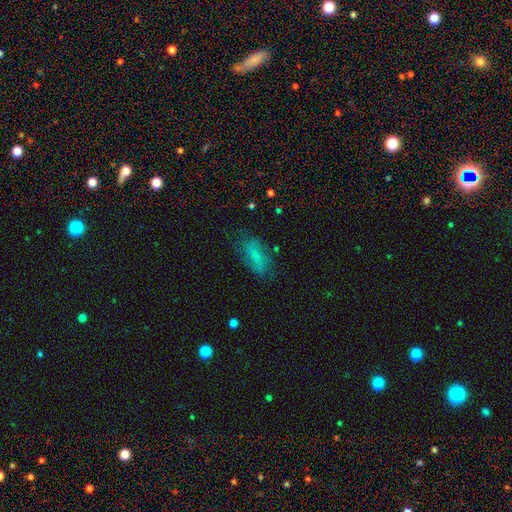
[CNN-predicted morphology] smooth 65%, featured or disk 25%, star or artifact 11%. Down the decision tree: how rounded — in between (80%); merging — none (67%).